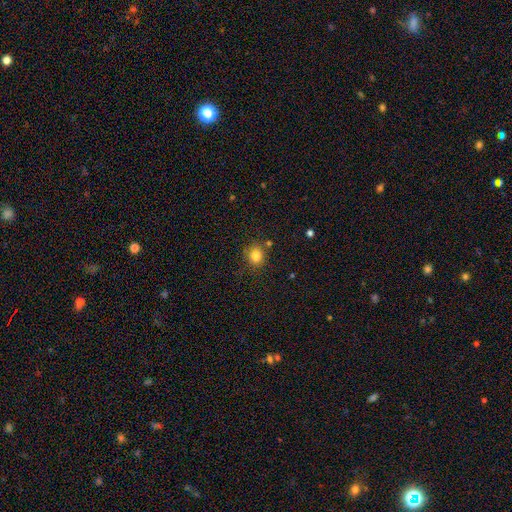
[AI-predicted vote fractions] Morphology: type=smooth (82%); roundness=round (78%); merging=none (79%).